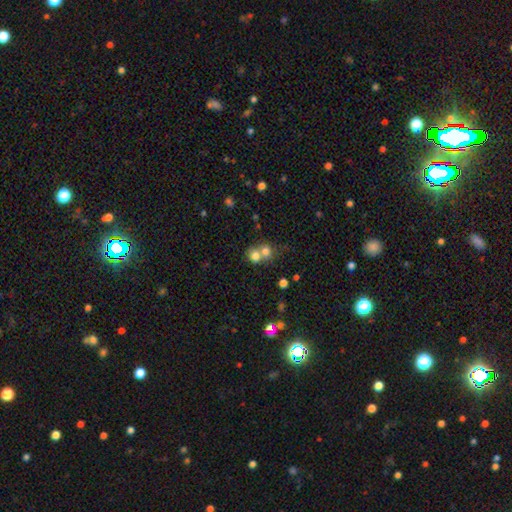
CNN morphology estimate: The model was most divided on "merging": merger: 59%, none: 33%, minor disturbance: 5%, major disturbance: 3%. More confident: how rounded — round (79%); smooth or featured — smooth (74%).